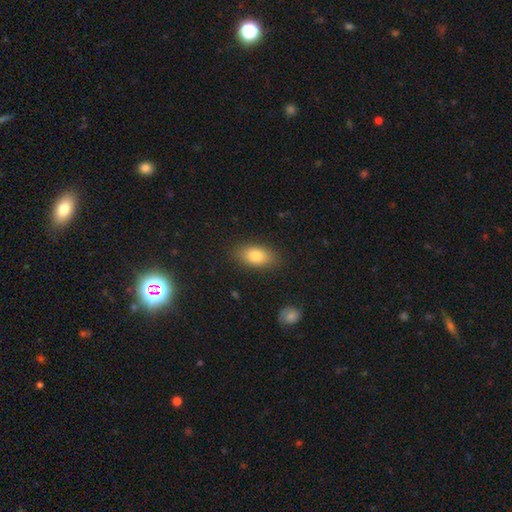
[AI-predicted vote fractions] A smooth galaxy with no disk features (81%) that is in between round and cigar-shaped (88%). Merging: none (86%).